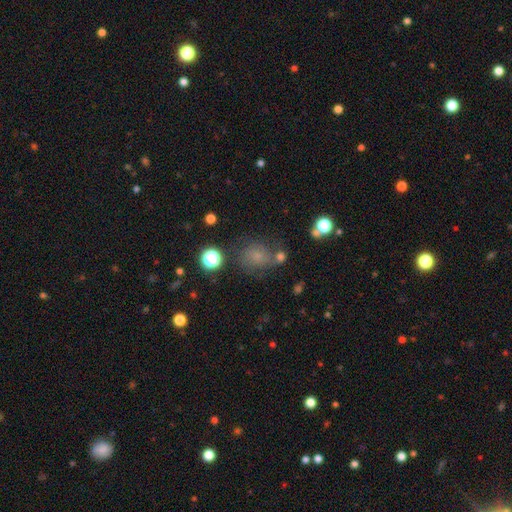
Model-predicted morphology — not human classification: Smooth or featured? smooth (64%)
How rounded? round (71%)
Merging? none (57%)